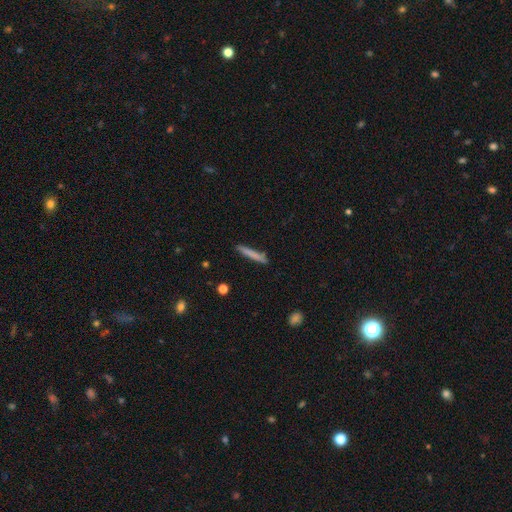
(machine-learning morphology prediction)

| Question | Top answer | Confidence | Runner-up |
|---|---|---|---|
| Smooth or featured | smooth | 73% | featured or disk (20%) |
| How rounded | cigar-shaped | 96% | in between (3%) |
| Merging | none | 88% | minor disturbance (8%) |